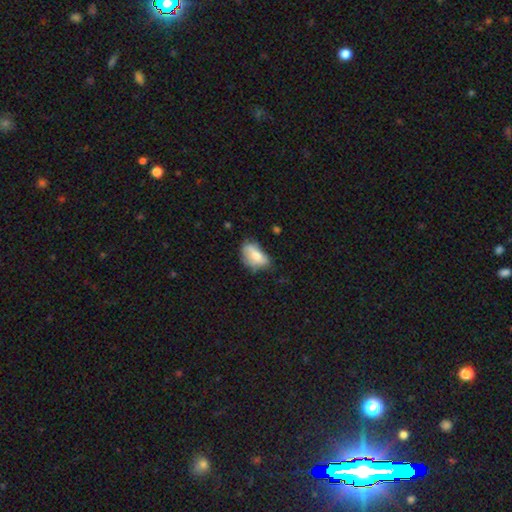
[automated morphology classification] Smooth or featured? smooth (74%)
How rounded? in between (90%)
Merging? none (47%)